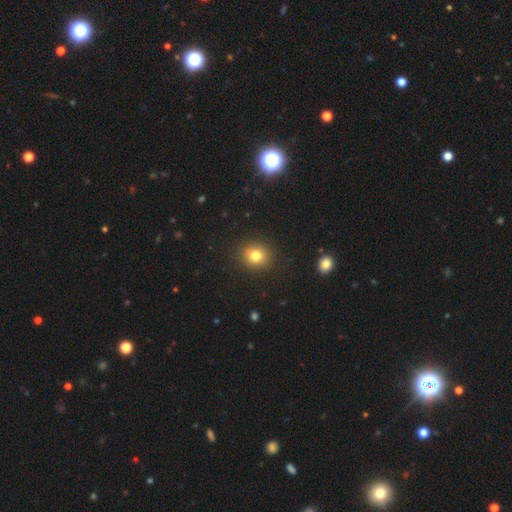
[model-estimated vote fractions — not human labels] Morphology: type=smooth (80%); roundness=round (80%); merging=none (89%).